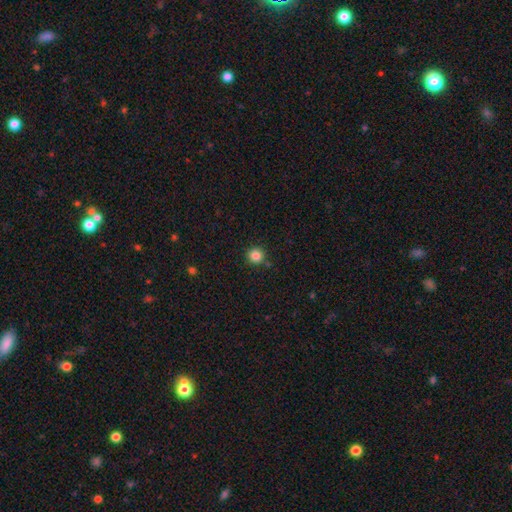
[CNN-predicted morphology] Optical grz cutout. It shows a smooth galaxy with no disk features (84%) that is round (95%). Merging: none (89%).